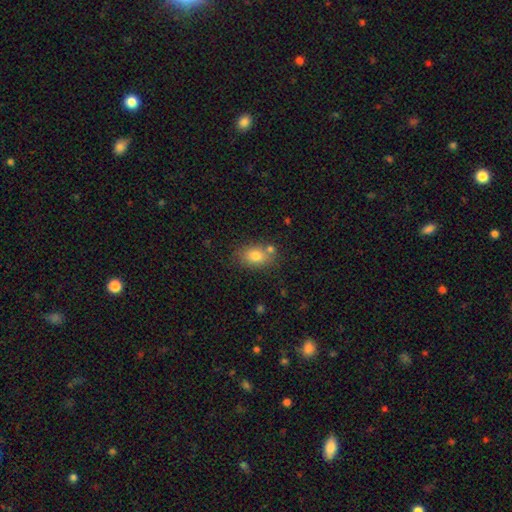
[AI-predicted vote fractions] Smooth or featured: smooth — 78% (featured or disk — 12%)
How rounded: in between — 75% (round — 24%)
Merging: none — 68% (minor disturbance — 15%)